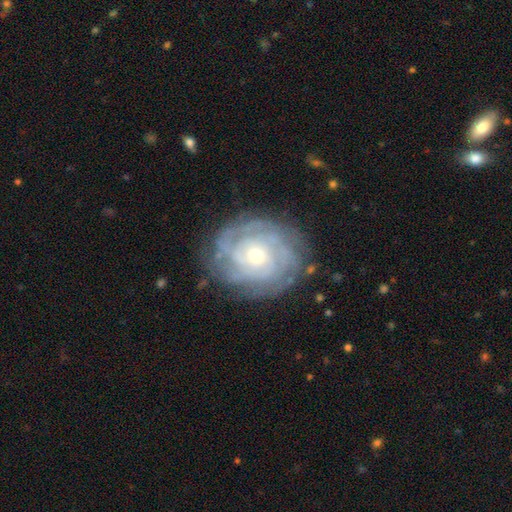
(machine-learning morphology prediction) Smooth or featured?
  - featured or disk: 86% *
  - smooth: 8%
  - star or artifact: 6%
Edge-on disk?
  - no: 97% *
  - yes: 3%
Bar?
  - no: 74% *
  - weak: 21%
  - strong: 5%
Spiral arms?
  - yes: 96% *
  - no: 4%
Spiral winding?
  - tight: 79% *
  - medium: 18%
  - loose: 3%
Spiral arm count?
  - can't tell: 34% *
  - 4: 20%
  - 3: 19%
  - 2: 12%
  - more than 4: 9%
  - 1: 6%
Bulge size?
  - moderate: 50% *
  - small: 46%
  - large: 3%
  - none: 1%
  - dominant: 1%
Merging?
  - none: 80% *
  - minor disturbance: 14%
  - major disturbance: 5%
  - merger: 1%